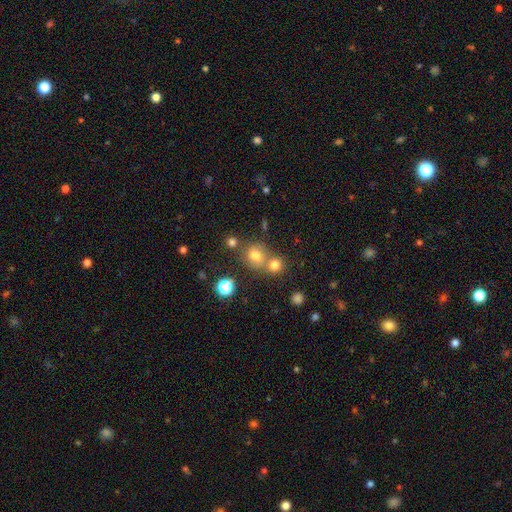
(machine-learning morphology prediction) Overall: smooth (67%). How rounded: round (72%). Merging: none (54%; merger 32%).